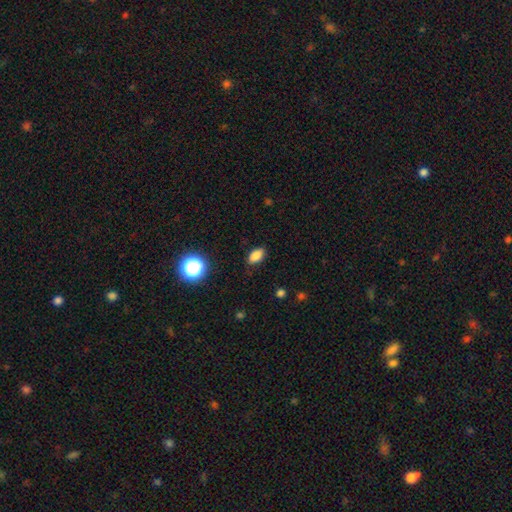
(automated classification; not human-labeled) smooth_or_featured: smooth (p=0.84) [alt: star or artifact p=0.11]
how_rounded: in between (p=0.88) [alt: round p=0.09]
merging: none (p=0.86) [alt: minor disturbance p=0.10]